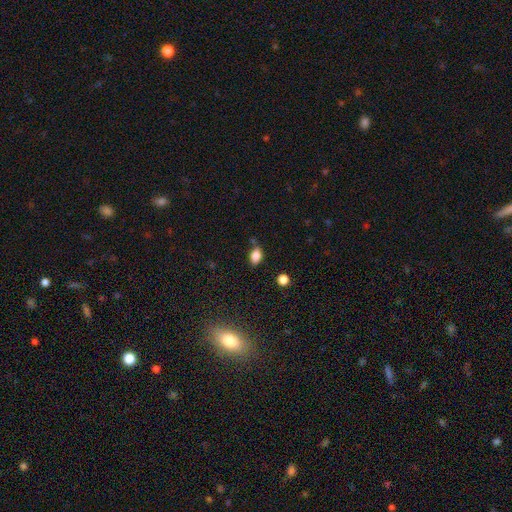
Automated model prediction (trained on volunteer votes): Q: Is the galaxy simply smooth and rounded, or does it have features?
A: smooth — 82%.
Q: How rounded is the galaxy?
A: in between — 84%.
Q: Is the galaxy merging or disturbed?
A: none — 66%.